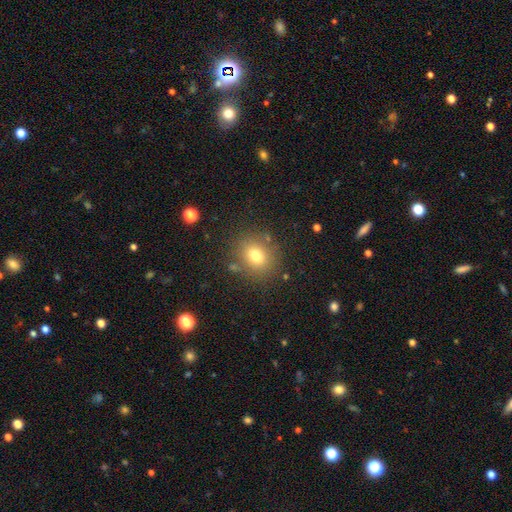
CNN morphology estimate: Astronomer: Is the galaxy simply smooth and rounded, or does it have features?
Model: smooth — 74%.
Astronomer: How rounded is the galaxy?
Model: round — 69%.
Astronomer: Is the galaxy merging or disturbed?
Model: none — 82%.